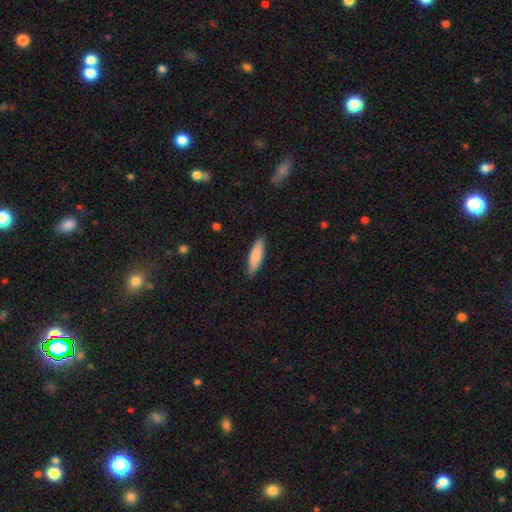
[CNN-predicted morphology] Smooth or featured: smooth — 84% (featured or disk — 11%)
How rounded: cigar-shaped — 65% (in between — 34%)
Merging: none — 87% (minor disturbance — 10%)